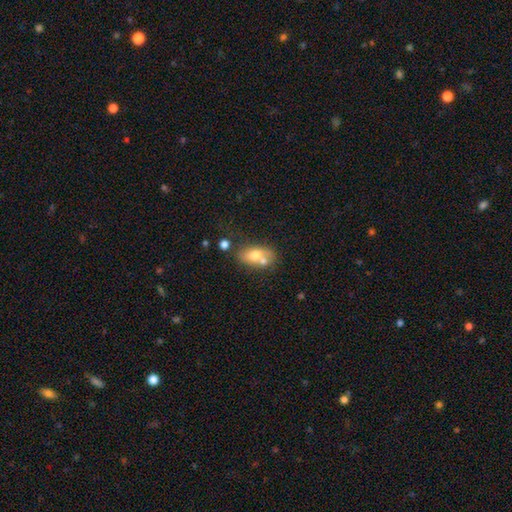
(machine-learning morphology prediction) This appears to be a smooth galaxy with no disk features (67%) that is in between round and cigar-shaped (82%). Merging: none (43%).